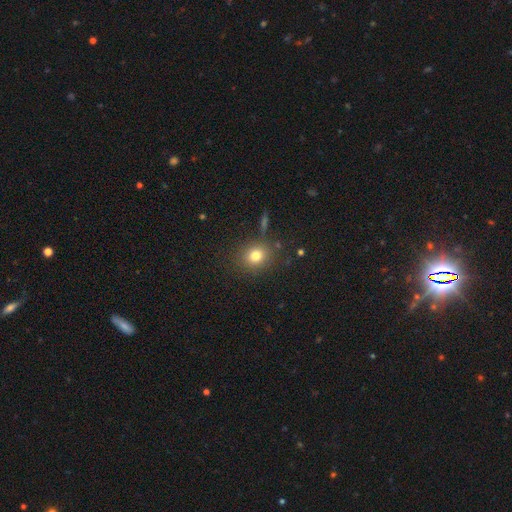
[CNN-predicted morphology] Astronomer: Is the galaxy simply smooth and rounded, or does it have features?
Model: smooth — 79%.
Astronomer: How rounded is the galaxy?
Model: round — 74%.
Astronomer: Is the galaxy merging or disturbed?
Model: none — 83%.